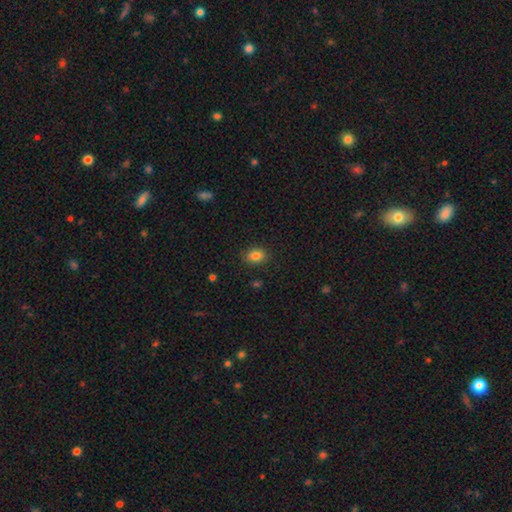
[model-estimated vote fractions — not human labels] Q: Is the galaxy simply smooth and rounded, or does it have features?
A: smooth — 84%.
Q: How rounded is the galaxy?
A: in between — 64%.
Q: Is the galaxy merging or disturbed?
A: none — 87%.